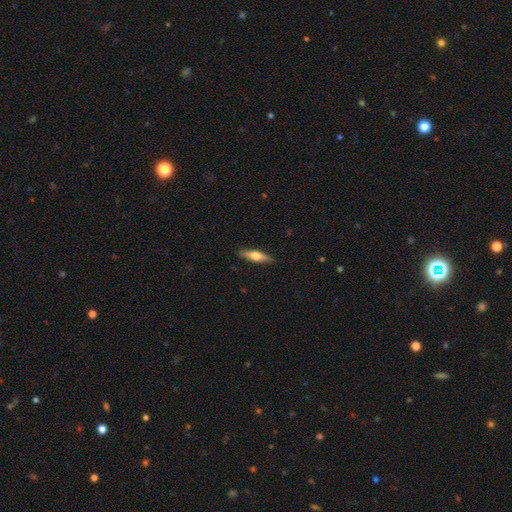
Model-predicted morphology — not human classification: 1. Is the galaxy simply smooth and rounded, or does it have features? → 54% smooth, 40% featured or disk, 6% star or artifact.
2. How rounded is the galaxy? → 68% cigar-shaped, 30% in between, 2% round.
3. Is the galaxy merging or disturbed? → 89% none, 9% minor disturbance, 2% major disturbance, 1% merger.